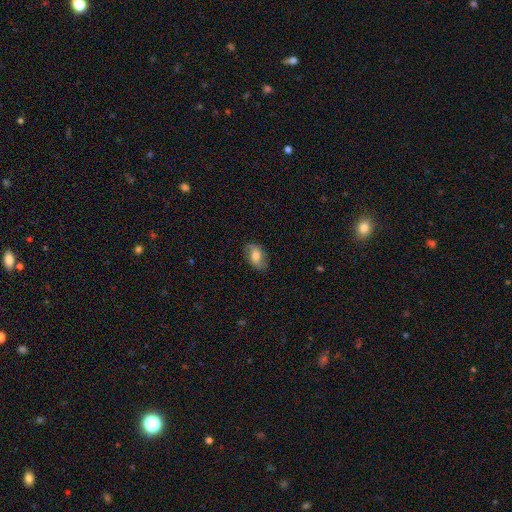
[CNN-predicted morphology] smooth_or_featured: smooth (p=0.56) [alt: featured or disk p=0.36]
how_rounded: in between (p=0.87) [alt: round p=0.11]
merging: none (p=0.77) [alt: minor disturbance p=0.17]